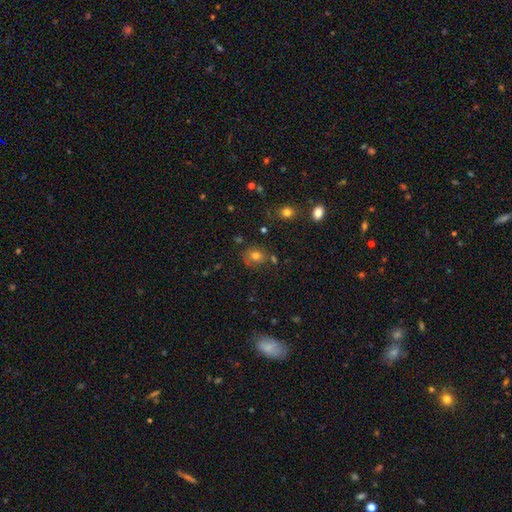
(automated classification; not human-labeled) Smooth or featured: smooth — 74% (star or artifact — 16%)
How rounded: round — 72% (in between — 27%)
Merging: none — 71% (minor disturbance — 16%)